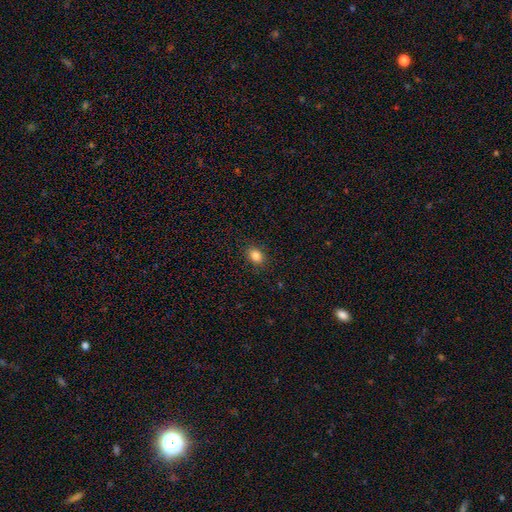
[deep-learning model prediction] Smooth or featured? Predicted: smooth (p=0.85). How rounded? Predicted: in between (p=0.65). Merging? Predicted: none (p=0.88).